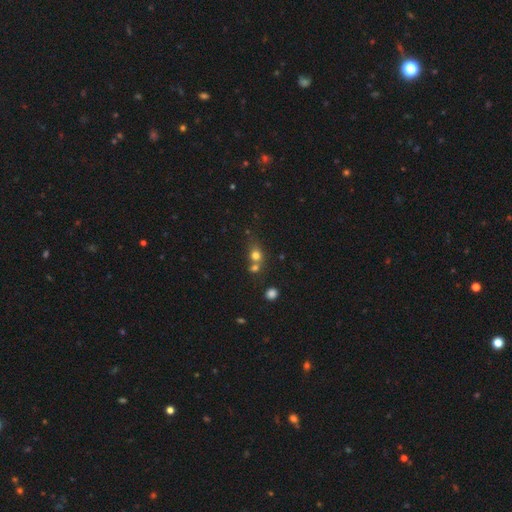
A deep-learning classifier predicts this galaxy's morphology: The model was most divided on "merging": merger: 47%, none: 39%, minor disturbance: 9%, major disturbance: 5%. More confident: smooth or featured — smooth (73%); how rounded — round (68%).